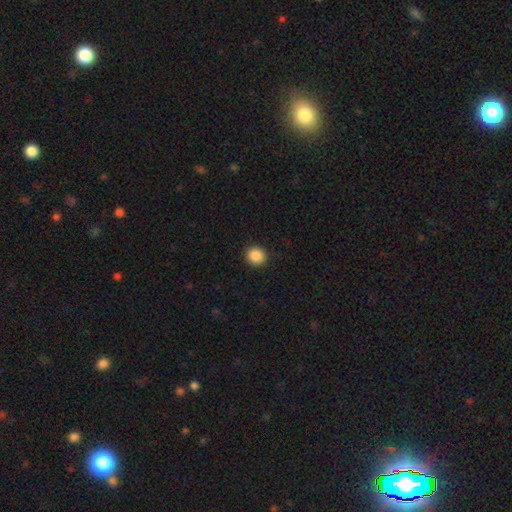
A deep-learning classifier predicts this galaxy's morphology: Smooth or featured?
  - smooth: 89% *
  - star or artifact: 9%
  - featured or disk: 3%
How rounded?
  - round: 85% *
  - in between: 14%
  - cigar-shaped: 1%
Merging?
  - none: 91% *
  - minor disturbance: 6%
  - major disturbance: 2%
  - merger: 1%